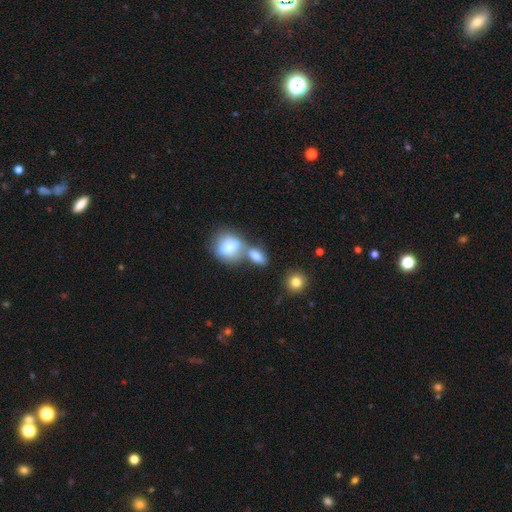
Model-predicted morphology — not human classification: The model was most divided on "merging": merger: 49%, none: 34%, minor disturbance: 11%, major disturbance: 6%. More confident: how rounded — in between (75%); smooth or featured — smooth (74%).